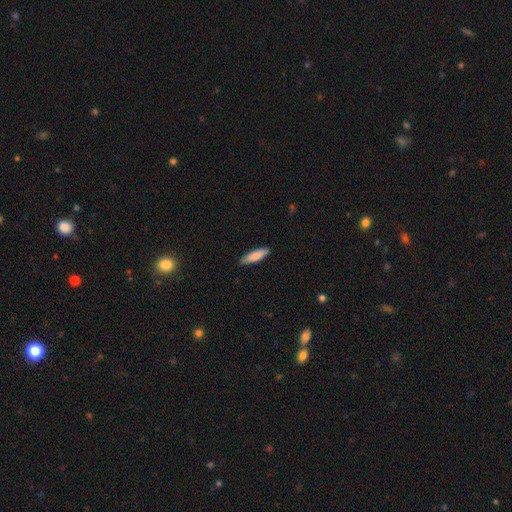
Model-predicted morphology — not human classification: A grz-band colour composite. It shows a smooth galaxy with no disk features (83%) that is cigar-shaped (66%). Merging: none (89%).